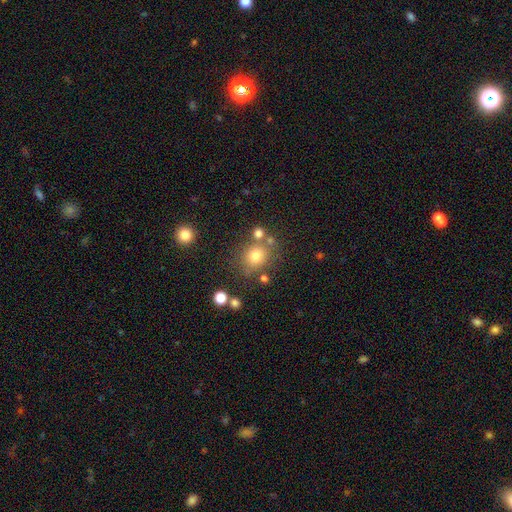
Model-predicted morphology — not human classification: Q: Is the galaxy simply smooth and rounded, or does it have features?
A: smooth — 75%.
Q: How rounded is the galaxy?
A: round — 79%.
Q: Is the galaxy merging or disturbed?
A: none — 72%.